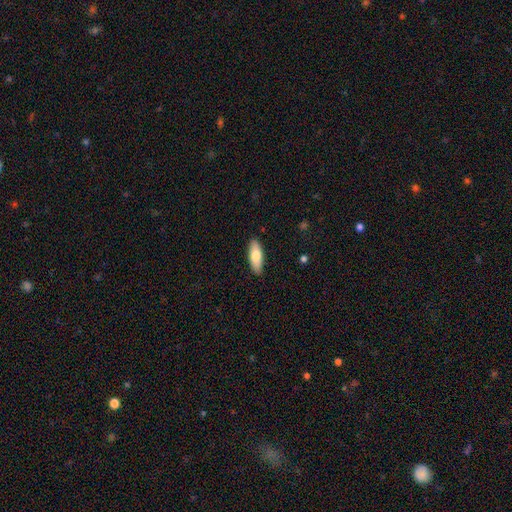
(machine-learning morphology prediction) A smooth galaxy with no disk features (77%) that is in between round and cigar-shaped (73%).

Vote fractions:
- Smooth or featured? smooth: 77% / featured or disk: 18% / star or artifact: 6%
- How rounded? in between: 73% / cigar-shaped: 25% / round: 2%
- Merging? none: 89% / minor disturbance: 9% / major disturbance: 2% / merger: 1%